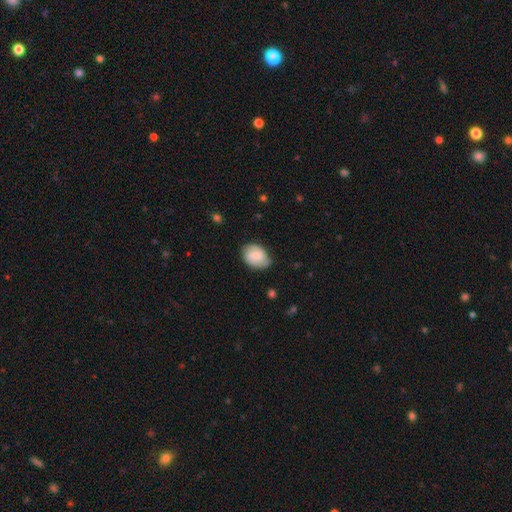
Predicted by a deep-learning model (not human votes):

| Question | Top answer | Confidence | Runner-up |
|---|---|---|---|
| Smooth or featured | featured or disk | 47% | smooth (46%) |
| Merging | none | 74% | minor disturbance (21%) |